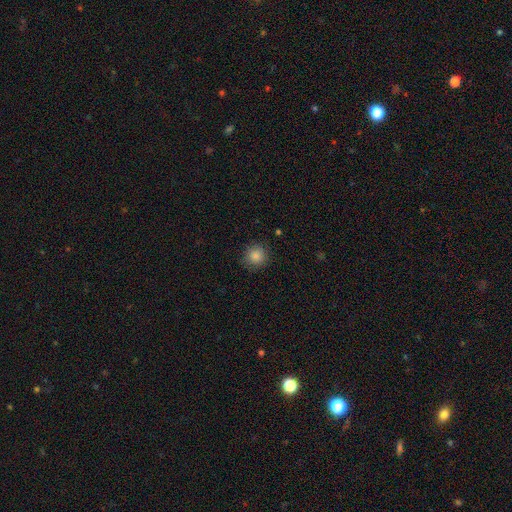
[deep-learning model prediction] A smooth galaxy with no disk features (86%) that is round (93%).

Vote fractions:
- Smooth or featured? smooth: 86% / star or artifact: 10% / featured or disk: 4%
- How rounded? round: 93% / in between: 6% / cigar-shaped: 1%
- Merging? none: 87% / minor disturbance: 10% / major disturbance: 3% / merger: 1%